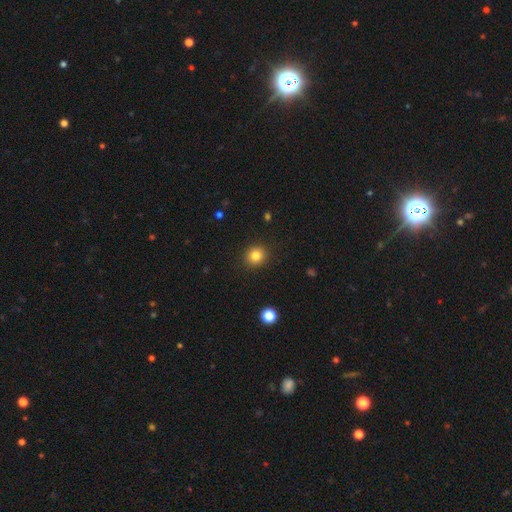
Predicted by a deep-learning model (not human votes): A smooth galaxy with no disk features (83%) that is round (87%). Merging: none (91%).